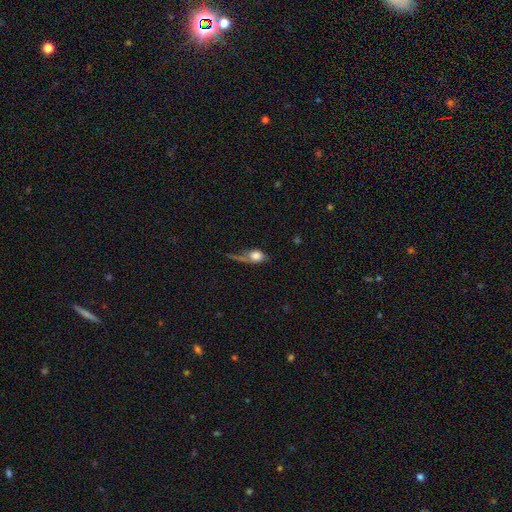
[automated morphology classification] Overall: smooth (69%). How rounded: in between (62%; round 32%). Merging: major disturbance (39%; none 26%).